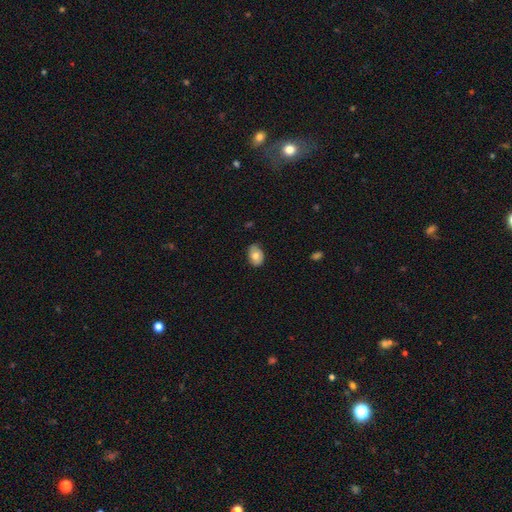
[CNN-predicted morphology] The model was most divided on "smooth or featured": smooth: 74%, featured or disk: 19%, star or artifact: 7%. More confident: how rounded — in between (82%); merging — none (80%).